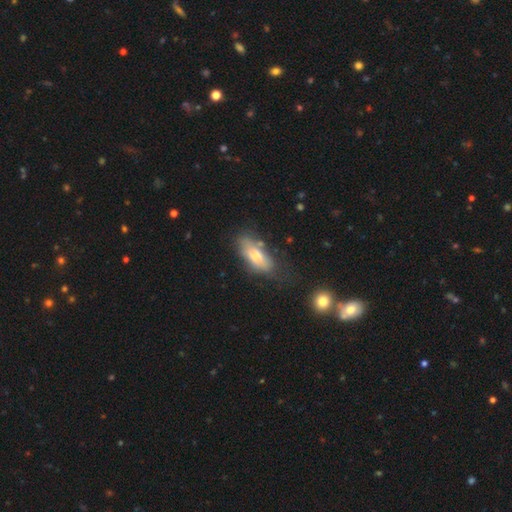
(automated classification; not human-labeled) This is likely a smooth galaxy (69%). How rounded: clearly in between (81%). Merging: possibly none (52%).